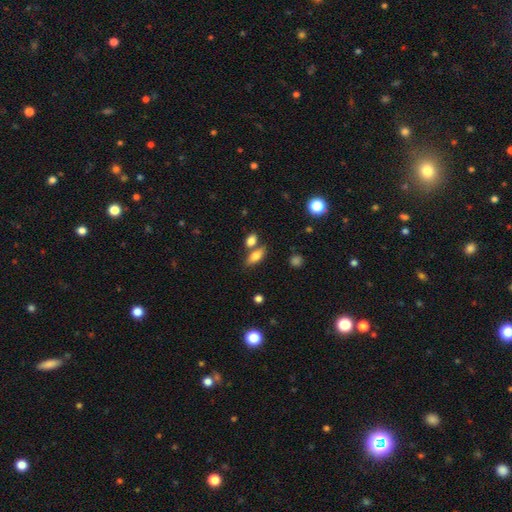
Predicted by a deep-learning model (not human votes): Smooth or featured?
  - smooth: 77% *
  - featured or disk: 15%
  - star or artifact: 8%
How rounded?
  - in between: 76% *
  - cigar-shaped: 19%
  - round: 5%
Merging?
  - none: 60% *
  - merger: 24%
  - minor disturbance: 12%
  - major disturbance: 4%